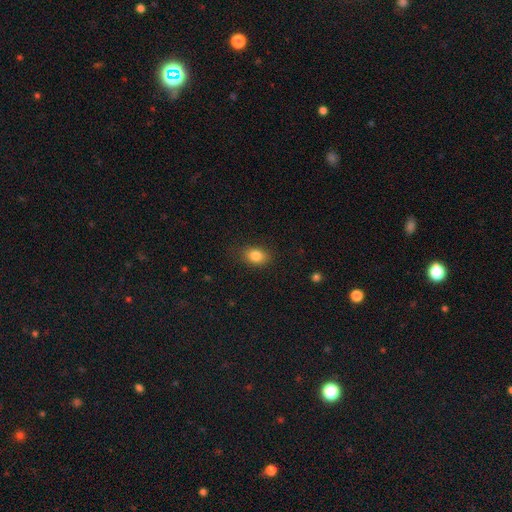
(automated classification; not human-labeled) Overall: smooth (83%). How rounded: in between (74%). Merging: none (82%).